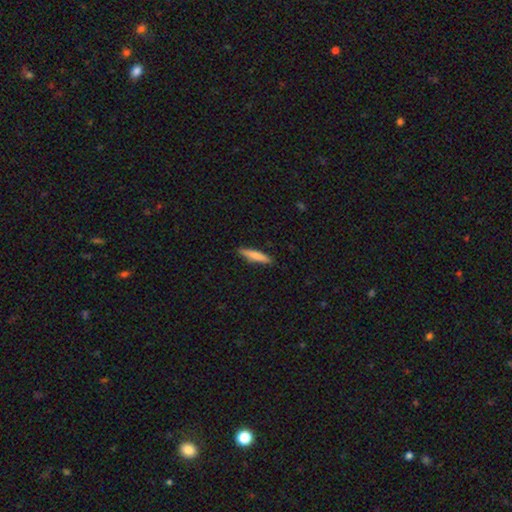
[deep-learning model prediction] The model was most divided on "smooth or featured": smooth: 75%, featured or disk: 19%, star or artifact: 6%. More confident: merging — none (89%); how rounded — cigar-shaped (88%).